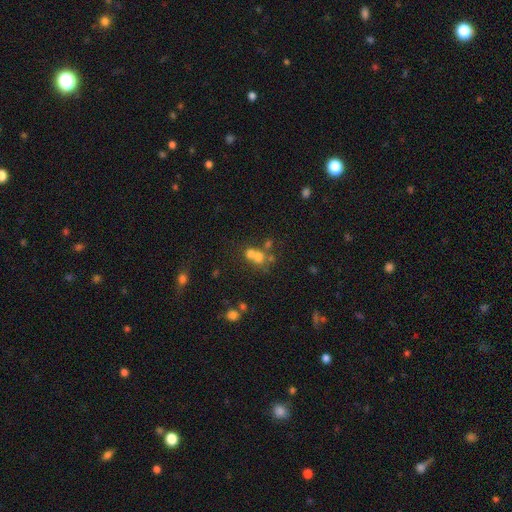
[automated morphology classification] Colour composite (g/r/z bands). It shows a smooth galaxy with no disk features (59%) that is round (77%). Merging: merger (56%).